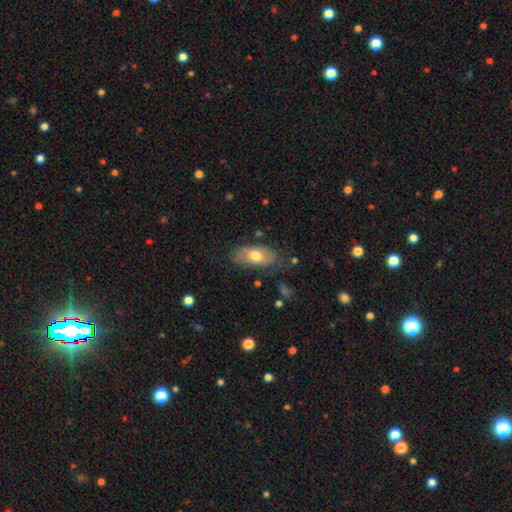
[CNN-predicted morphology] Overall: smooth (62%; featured or disk 32%). How rounded: in between (90%). Merging: none (68%).